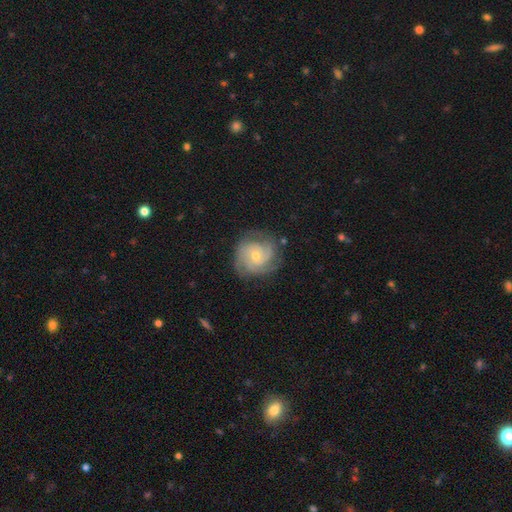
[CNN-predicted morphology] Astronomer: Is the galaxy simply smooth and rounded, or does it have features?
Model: featured or disk — 81%.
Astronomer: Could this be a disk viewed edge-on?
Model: no — 98%.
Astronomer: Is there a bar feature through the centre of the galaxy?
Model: no — 72%.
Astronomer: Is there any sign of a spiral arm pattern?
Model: yes — 95%.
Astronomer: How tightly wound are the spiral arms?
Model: tight — 62%.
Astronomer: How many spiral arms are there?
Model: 3 — 41% (runner-up: can't tell, 20%).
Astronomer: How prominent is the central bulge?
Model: small — 49% (runner-up: moderate, 47%).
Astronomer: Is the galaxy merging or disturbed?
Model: none — 76%.